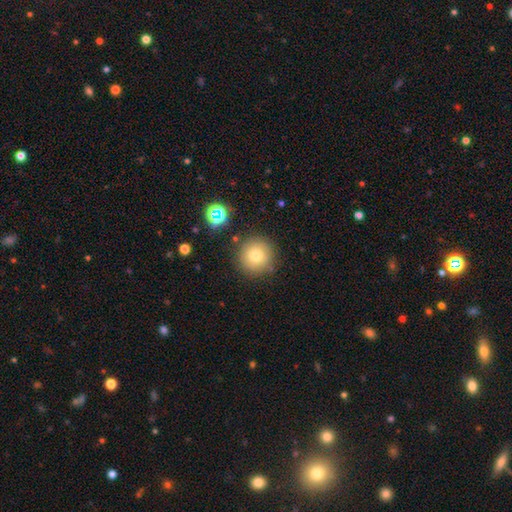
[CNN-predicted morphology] This appears to be a smooth galaxy with no disk features (75%) that is round (95%). Merging: none (84%).